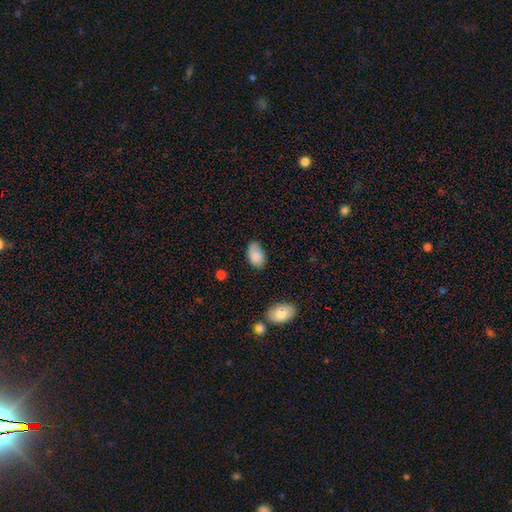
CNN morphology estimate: A smooth galaxy with no disk features (85%) that is in between round and cigar-shaped (93%).

Vote fractions:
- Smooth or featured? smooth: 85% / featured or disk: 8% / star or artifact: 8%
- How rounded? in between: 93% / round: 6% / cigar-shaped: 1%
- Merging? none: 66% / minor disturbance: 27% / major disturbance: 5% / merger: 2%